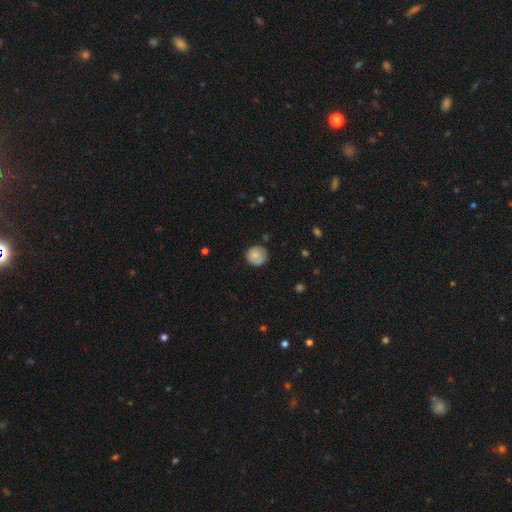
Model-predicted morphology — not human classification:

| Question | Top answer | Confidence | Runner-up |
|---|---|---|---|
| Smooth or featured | smooth | 69% | featured or disk (23%) |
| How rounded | round | 91% | in between (8%) |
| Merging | none | 76% | minor disturbance (19%) |